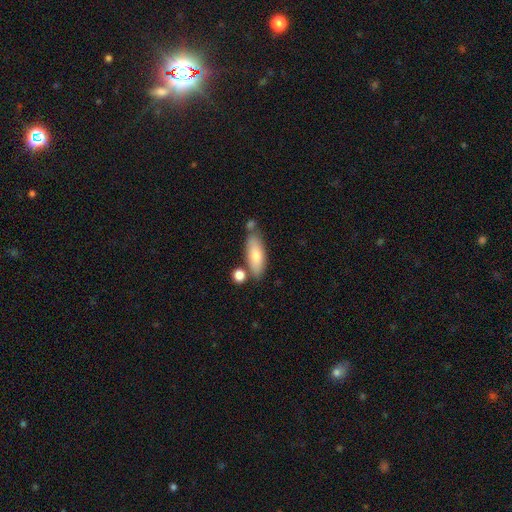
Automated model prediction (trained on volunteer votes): Morphology: type=smooth (76%); roundness=in between (64%); merging=none (68%).